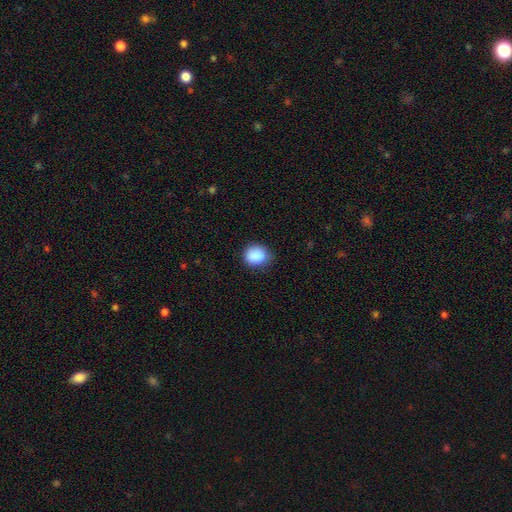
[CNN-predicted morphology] Q: Smooth or featured?
A: smooth (88%); runner-up: star or artifact (8%)
Q: How rounded?
A: round (65%); runner-up: in between (34%)
Q: Merging?
A: none (76%); runner-up: minor disturbance (19%)